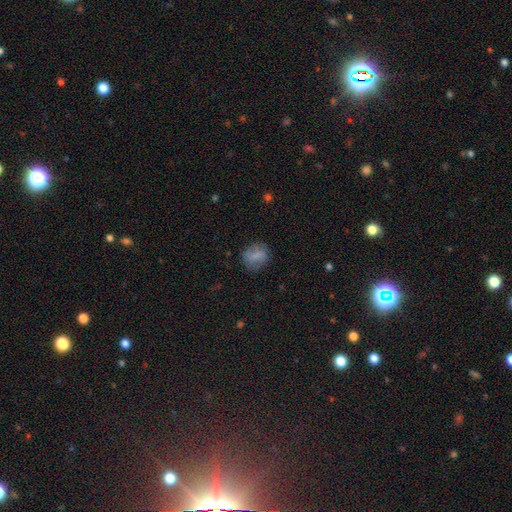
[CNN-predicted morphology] Smooth or featured: smooth — 72% (featured or disk — 20%)
How rounded: round — 64% (in between — 34%)
Merging: none — 76% (minor disturbance — 17%)